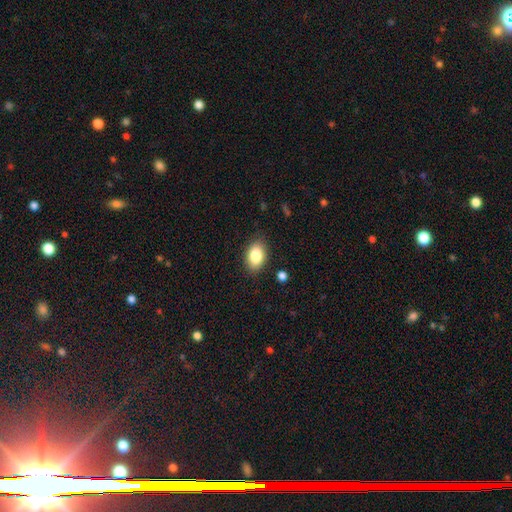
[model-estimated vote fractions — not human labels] Overall: smooth (84%). How rounded: in between (87%). Merging: none (85%).